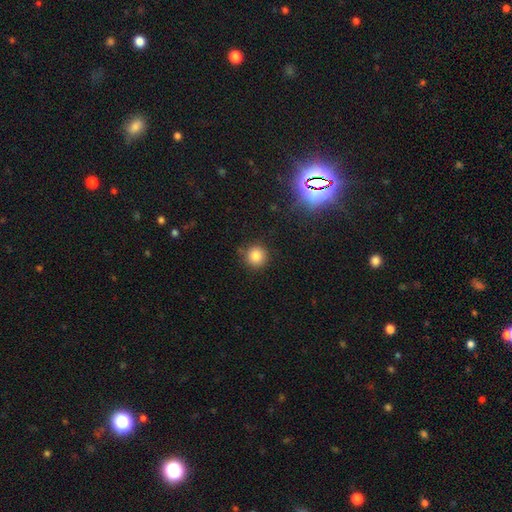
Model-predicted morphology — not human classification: Smooth or featured?
  - smooth: 82% *
  - star or artifact: 12%
  - featured or disk: 6%
How rounded?
  - round: 94% *
  - in between: 5%
  - cigar-shaped: 1%
Merging?
  - none: 85% *
  - minor disturbance: 9%
  - major disturbance: 3%
  - merger: 2%